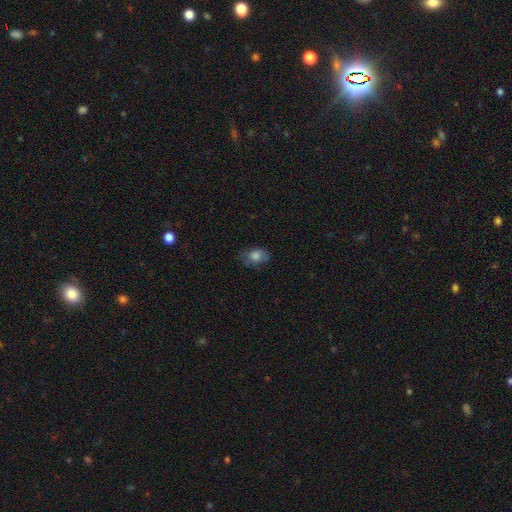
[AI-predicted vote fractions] This is likely a smooth galaxy (79%). How rounded: clearly in between (81%). Merging: likely none (66%).